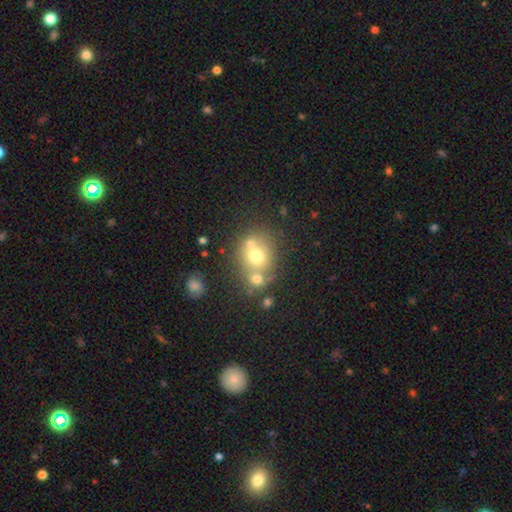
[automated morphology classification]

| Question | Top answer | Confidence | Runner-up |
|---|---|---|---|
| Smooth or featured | smooth | 64% | featured or disk (21%) |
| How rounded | round | 74% | in between (25%) |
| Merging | none | 47% | merger (40%) |